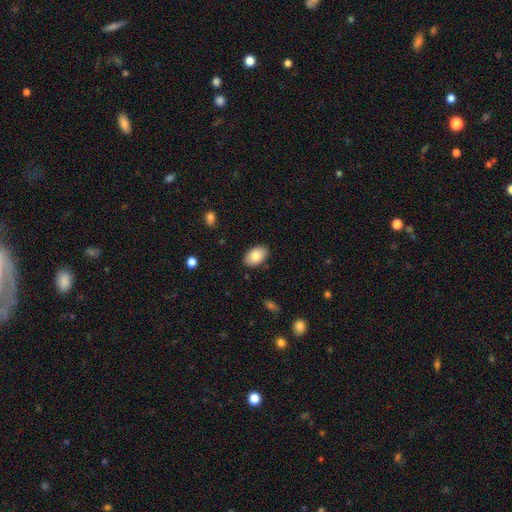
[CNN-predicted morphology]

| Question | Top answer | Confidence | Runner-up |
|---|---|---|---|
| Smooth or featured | smooth | 83% | featured or disk (11%) |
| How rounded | in between | 92% | round (7%) |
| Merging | none | 86% | minor disturbance (10%) |